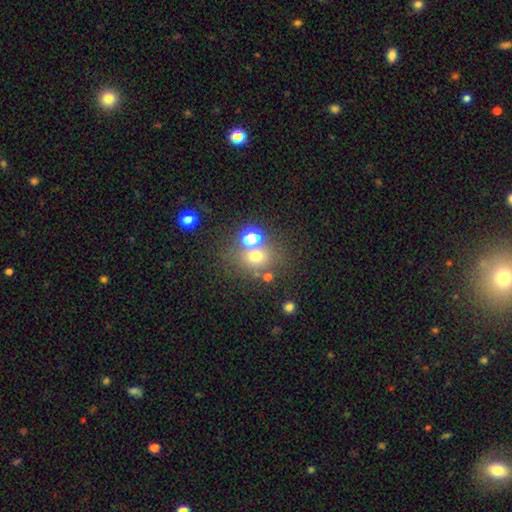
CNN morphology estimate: This appears to be a smooth galaxy with no disk features (64%) that is round (70%). Merging: none (61%).